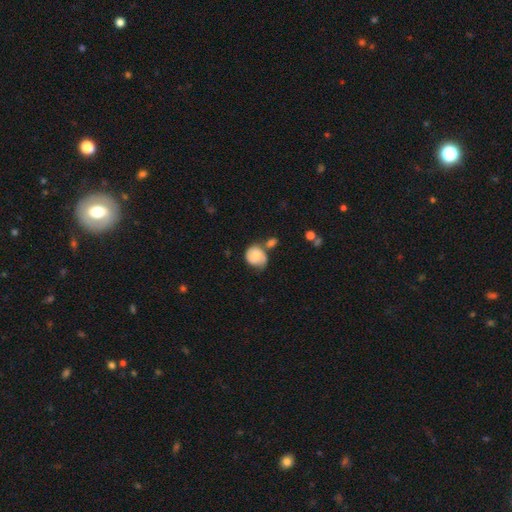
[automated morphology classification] A smooth galaxy with no disk features (58%) that is round (73%). Merging: none (45%).